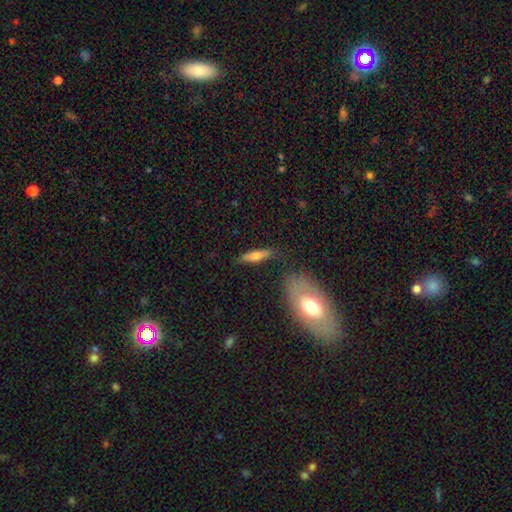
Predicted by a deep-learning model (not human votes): A smooth galaxy with no disk features (58%) that is cigar-shaped (70%). Merging: none (79%).